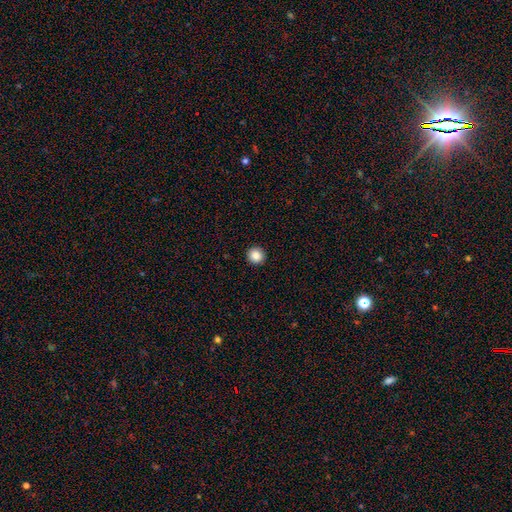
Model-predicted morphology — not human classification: Smooth or featured? smooth (87%)
How rounded? round (94%)
Merging? none (93%)